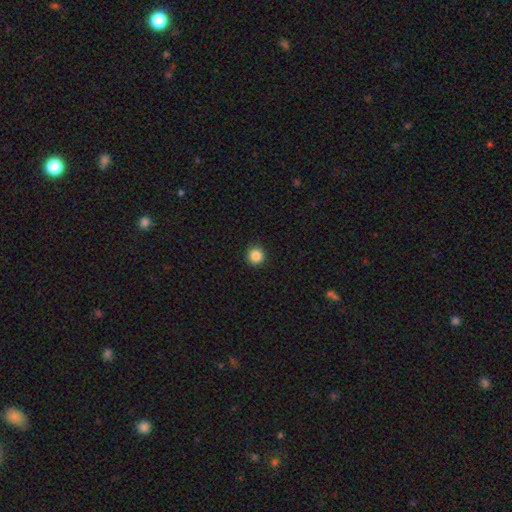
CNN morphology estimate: Smooth or featured? smooth (87%)
How rounded? round (95%)
Merging? none (93%)